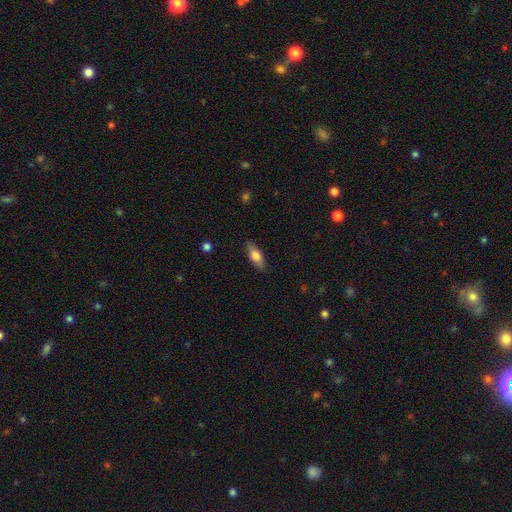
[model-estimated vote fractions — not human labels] This appears to be a smooth galaxy with no disk features (73%) that is in between round and cigar-shaped (68%). Merging: none (86%).